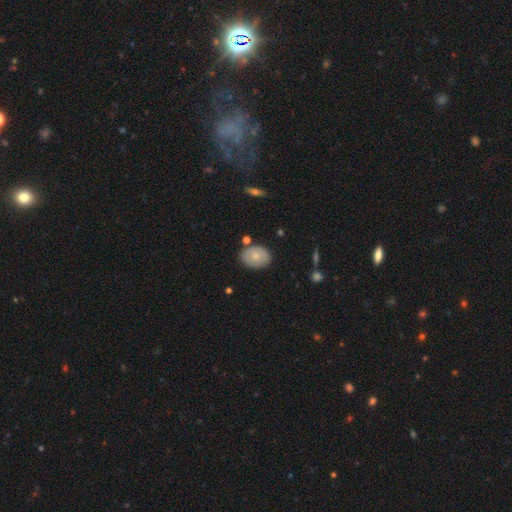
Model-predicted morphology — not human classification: Overall: smooth (72%). How rounded: in between (74%). Merging: none (81%).